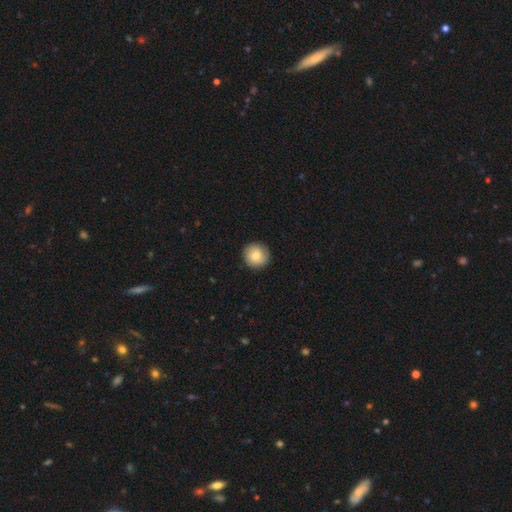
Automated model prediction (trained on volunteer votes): This appears to be a smooth galaxy with no disk features (75%) that is round (93%). Merging: none (88%).